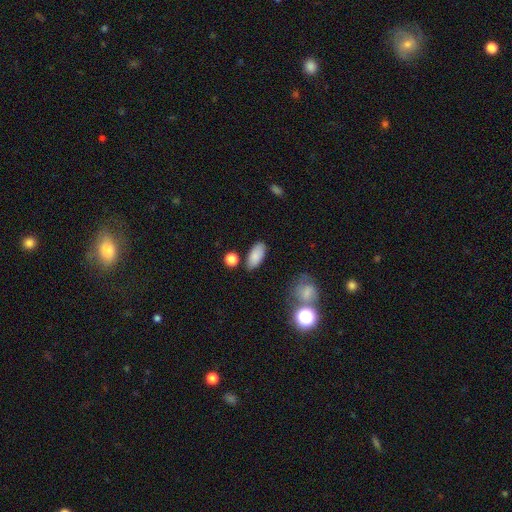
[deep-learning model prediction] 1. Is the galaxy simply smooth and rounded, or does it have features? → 86% smooth, 8% star or artifact, 7% featured or disk.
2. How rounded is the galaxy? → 89% in between, 7% cigar-shaped, 3% round.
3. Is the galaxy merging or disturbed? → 79% none, 13% minor disturbance, 4% merger, 4% major disturbance.